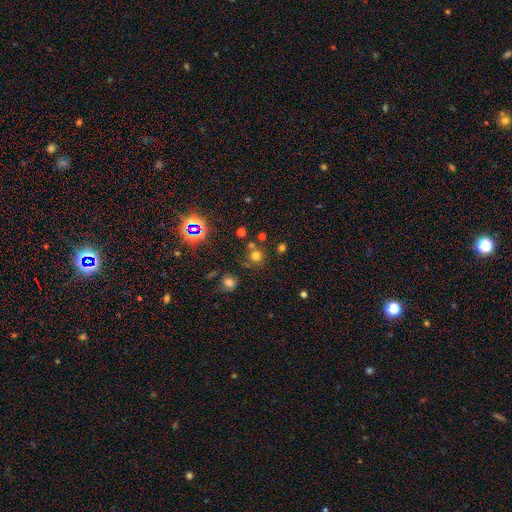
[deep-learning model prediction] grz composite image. It shows a smooth galaxy with no disk features (61%) that is round (91%). Merging: none (70%).